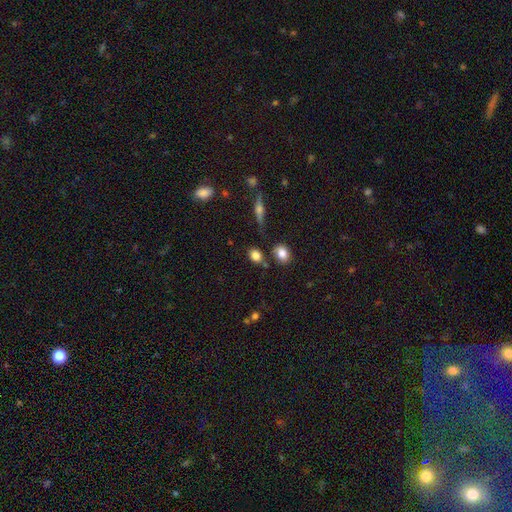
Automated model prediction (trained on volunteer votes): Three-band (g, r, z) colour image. It shows a smooth galaxy with no disk features (82%) that is in between round and cigar-shaped (55%). Merging: none (74%).